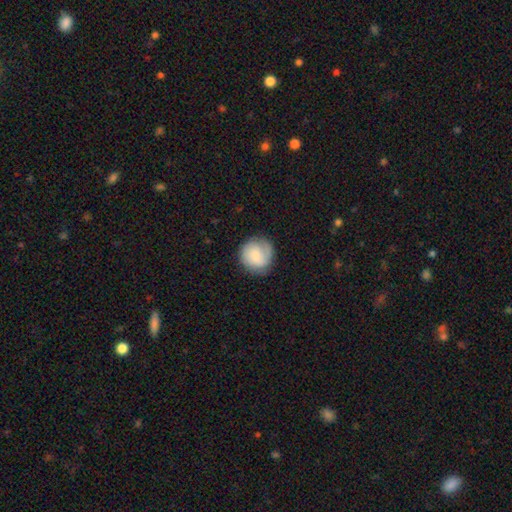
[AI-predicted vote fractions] Smooth or featured? smooth (58%)
How rounded? round (88%)
Merging? none (76%)